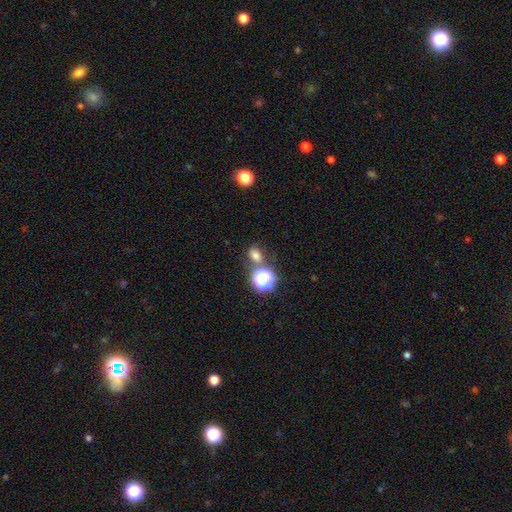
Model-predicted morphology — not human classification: smooth-or-featured: smooth: 70% | star or artifact: 22% | featured or disk: 8%
  how-rounded: in between: 56% | round: 42% | cigar-shaped: 2%
  merging: none: 66% | merger: 17% | minor disturbance: 12% | major disturbance: 5%